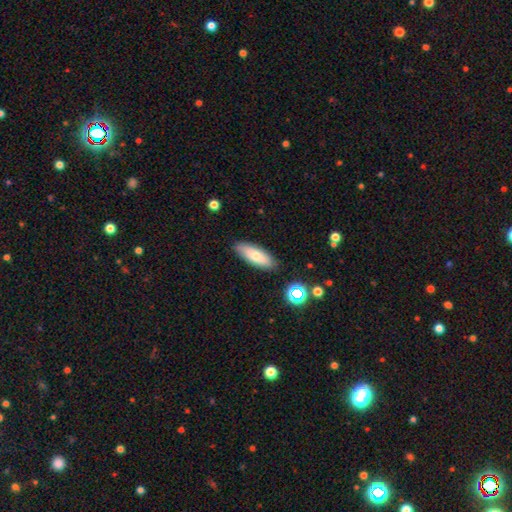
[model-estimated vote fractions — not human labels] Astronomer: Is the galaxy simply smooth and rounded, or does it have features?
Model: smooth — 73%.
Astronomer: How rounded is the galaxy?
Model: in between — 66%.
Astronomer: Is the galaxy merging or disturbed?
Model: none — 86%.